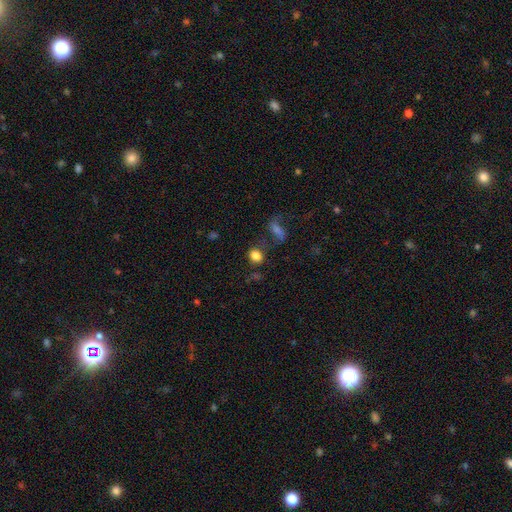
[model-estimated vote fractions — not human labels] Smooth or featured? smooth (81%)
How rounded? round (57%)
Merging? none (62%)